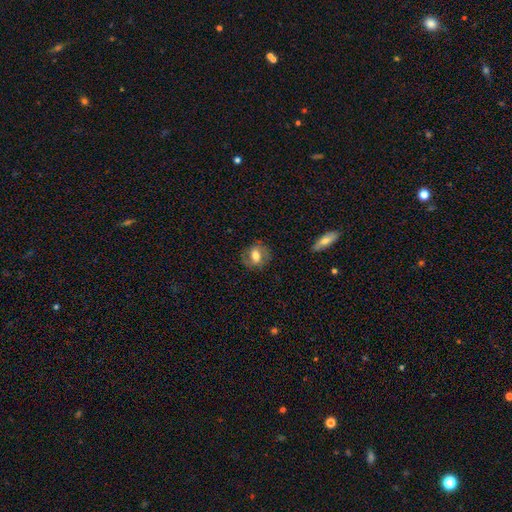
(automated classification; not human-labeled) Smooth or featured? smooth (59%)
How rounded? round (50%)
Merging? none (77%)